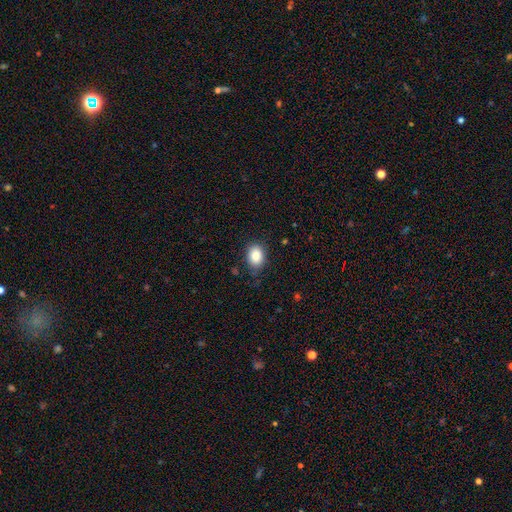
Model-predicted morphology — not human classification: Smooth or featured? Predicted: smooth (p=0.87). How rounded? Predicted: in between (p=0.71). Merging? Predicted: none (p=0.78).